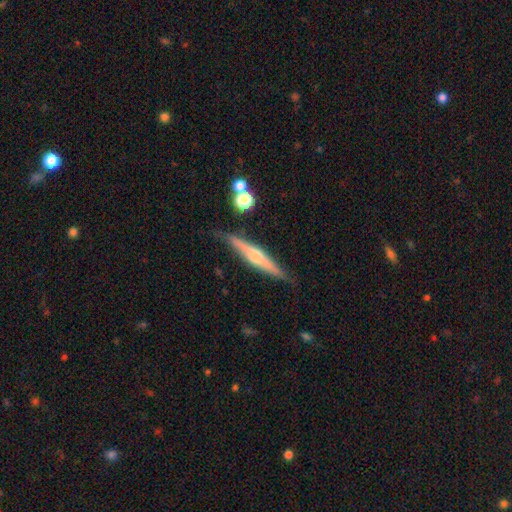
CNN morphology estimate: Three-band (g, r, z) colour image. It shows a featured or disk galaxy (66%) viewed edge-on (96%) with a rounded central bulge (84%). Merging: none (84%).